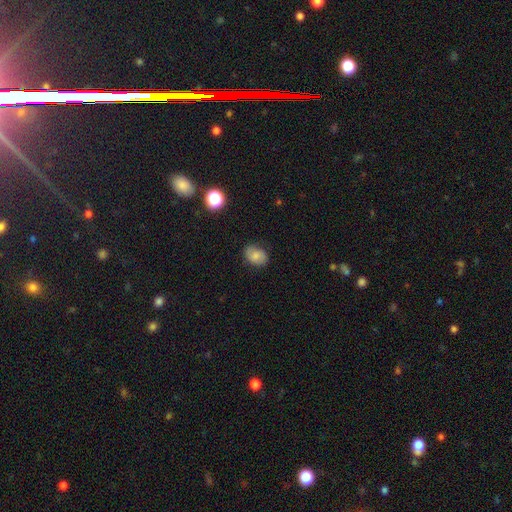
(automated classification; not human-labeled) This is likely a smooth galaxy (72%). How rounded: likely in between (73%). Merging: likely none (76%).